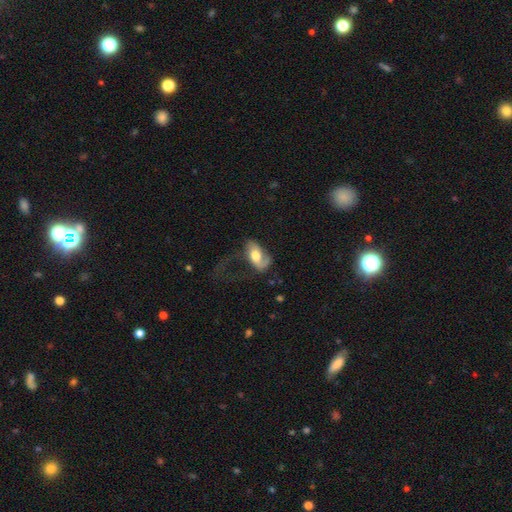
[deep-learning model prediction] smooth_or_featured: featured or disk (p=0.51) [alt: smooth p=0.43]
disk_edge_on: no (p=0.93) [alt: yes p=0.07]
merging: major disturbance (p=0.48) [alt: none p=0.26]